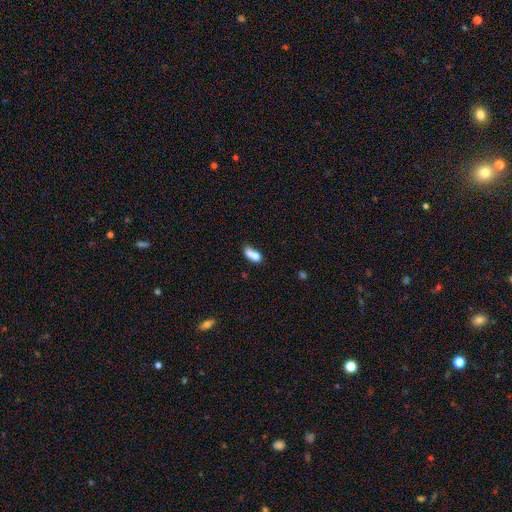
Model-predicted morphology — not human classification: Overall: smooth (77%). How rounded: in between (79%). Merging: none (35%; merger 28%).